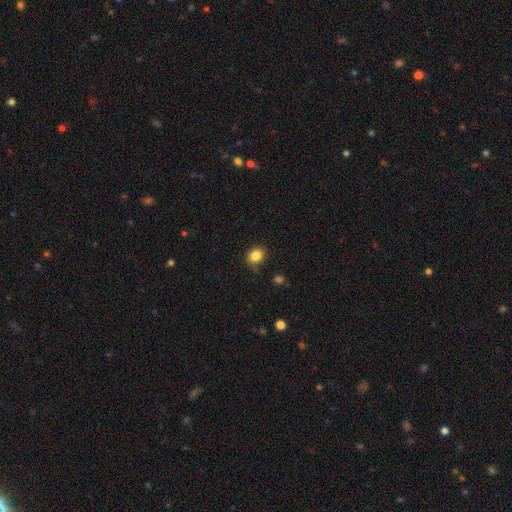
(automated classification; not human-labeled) smooth-or-featured: smooth: 84% | star or artifact: 10% | featured or disk: 6%
  how-rounded: round: 56% | in between: 43% | cigar-shaped: 1%
  merging: none: 77% | minor disturbance: 17% | major disturbance: 4% | merger: 2%